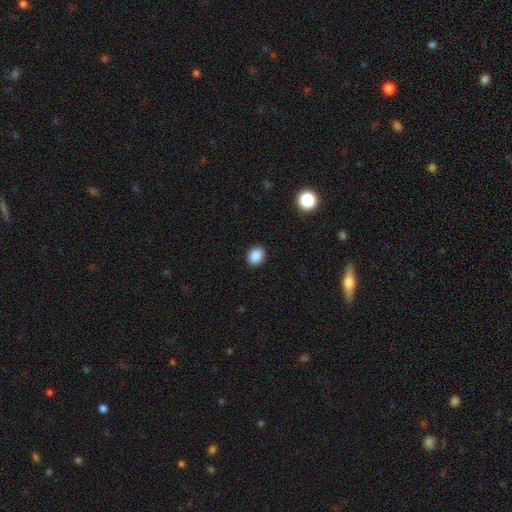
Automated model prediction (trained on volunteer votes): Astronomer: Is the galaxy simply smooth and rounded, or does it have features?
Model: smooth — 86%.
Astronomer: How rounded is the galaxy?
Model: in between — 54% (runner-up: round, 45%).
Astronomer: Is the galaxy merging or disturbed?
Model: none — 91%.